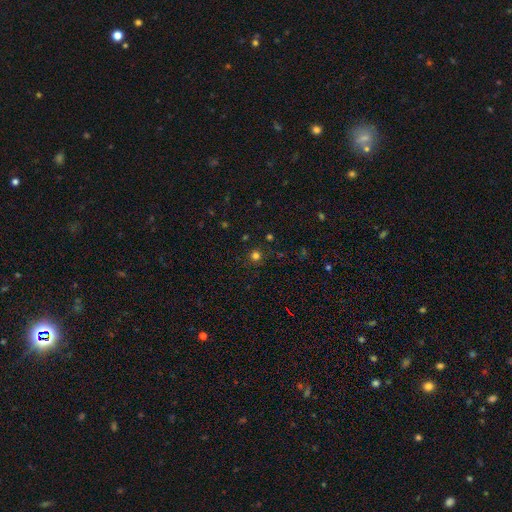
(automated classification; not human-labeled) A smooth galaxy with no disk features (73%) that is round (94%). Merging: none (89%).